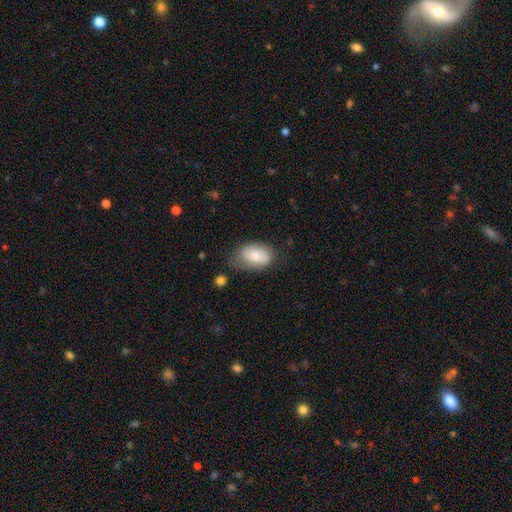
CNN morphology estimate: Q: Smooth or featured?
A: smooth (65%); runner-up: featured or disk (28%)
Q: How rounded?
A: in between (90%); runner-up: round (9%)
Q: Merging?
A: none (58%); runner-up: minor disturbance (29%)